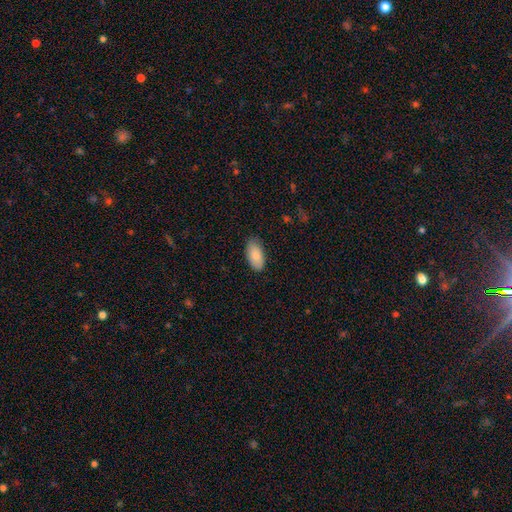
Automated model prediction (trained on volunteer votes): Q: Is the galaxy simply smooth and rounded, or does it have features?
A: smooth — 85%.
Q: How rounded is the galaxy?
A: in between — 95%.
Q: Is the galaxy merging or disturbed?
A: none — 83%.